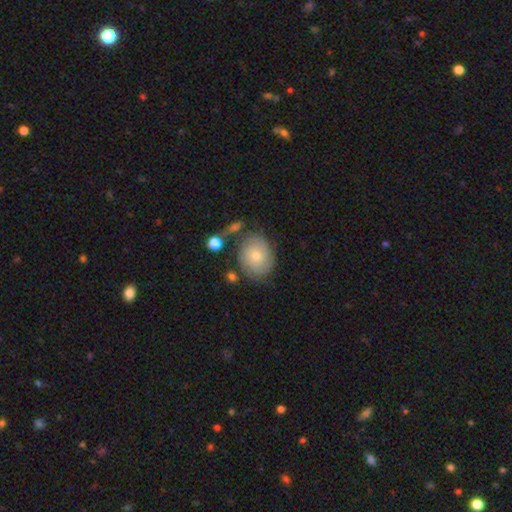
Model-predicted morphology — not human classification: Smooth or featured: featured or disk — 54% (smooth — 38%)
Edge-on disk: no — 96% (yes — 4%)
Bar: no — 82% (weak — 15%)
Spiral arms: yes — 83% (no — 17%)
Bulge size: small — 54% (moderate — 41%)
Merging: none — 64% (minor disturbance — 20%)